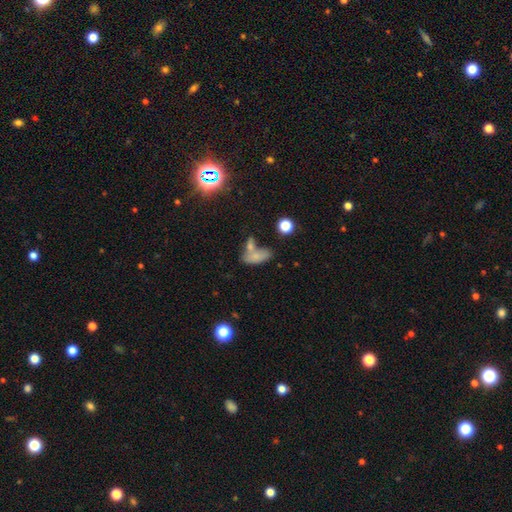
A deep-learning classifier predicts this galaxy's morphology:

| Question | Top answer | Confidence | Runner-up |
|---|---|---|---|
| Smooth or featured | smooth | 74% | featured or disk (15%) |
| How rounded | in between | 78% | cigar-shaped (16%) |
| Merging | merger | 39% | none (38%) |